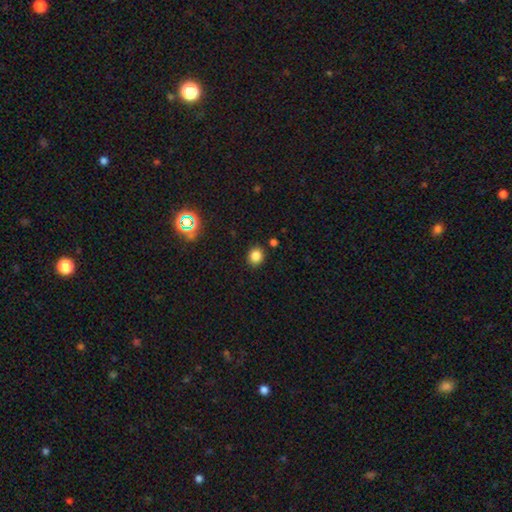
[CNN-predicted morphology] smooth 82%, star or artifact 13%, featured or disk 5%. Down the decision tree: how rounded — round (76%); merging — none (86%).